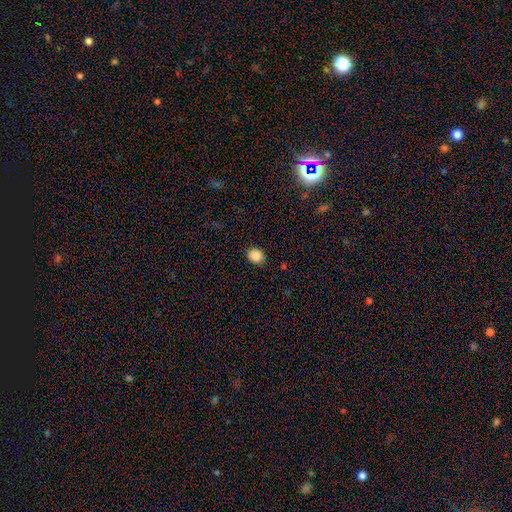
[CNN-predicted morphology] A smooth galaxy with no disk features (87%) that is round (64%). Merging: none (85%).